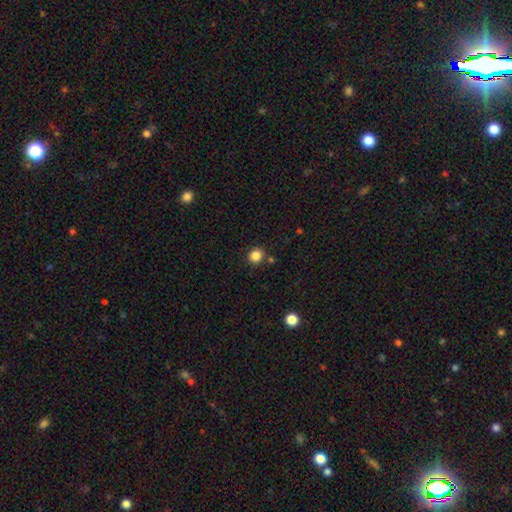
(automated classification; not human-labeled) smooth_or_featured: smooth (p=0.85) [alt: star or artifact p=0.12]
how_rounded: round (p=0.90) [alt: in between p=0.09]
merging: none (p=0.85) [alt: minor disturbance p=0.07]